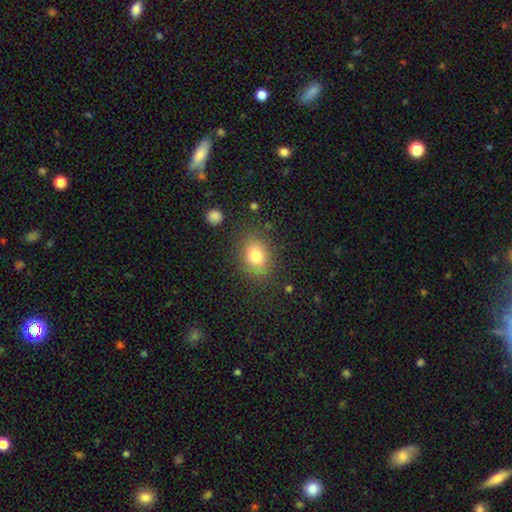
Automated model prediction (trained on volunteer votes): A smooth galaxy with no disk features (79%) that is in between round and cigar-shaped (66%).

Vote fractions:
- Smooth or featured? smooth: 79% / star or artifact: 11% / featured or disk: 11%
- How rounded? in between: 66% / round: 33% / cigar-shaped: 1%
- Merging? none: 82% / minor disturbance: 12% / major disturbance: 5% / merger: 2%